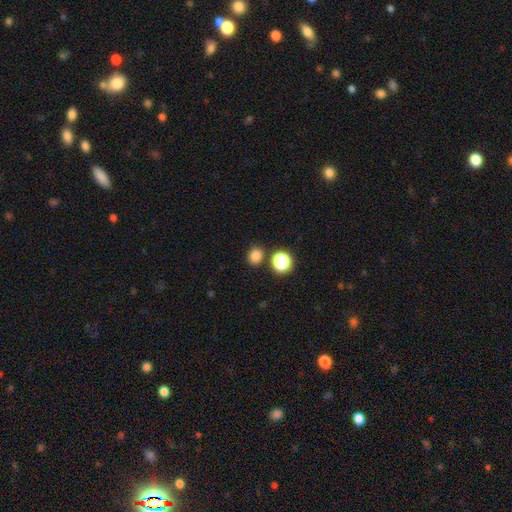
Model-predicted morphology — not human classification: This appears to be a smooth galaxy with no disk features (80%) that is round (67%). Merging: none (81%).